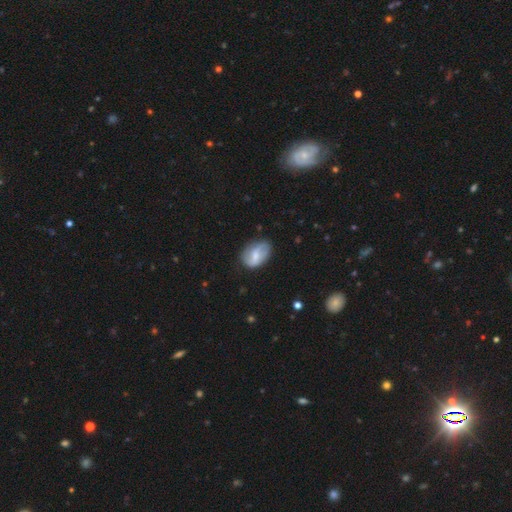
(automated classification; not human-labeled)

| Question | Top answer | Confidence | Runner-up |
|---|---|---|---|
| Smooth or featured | featured or disk | 51% | smooth (42%) |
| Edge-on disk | no | 96% | yes (4%) |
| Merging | none | 71% | minor disturbance (22%) |